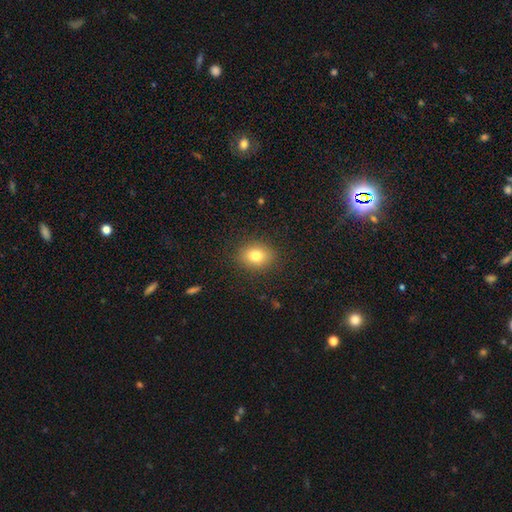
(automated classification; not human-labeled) Smooth or featured? smooth (79%)
How rounded? round (51%)
Merging? none (88%)